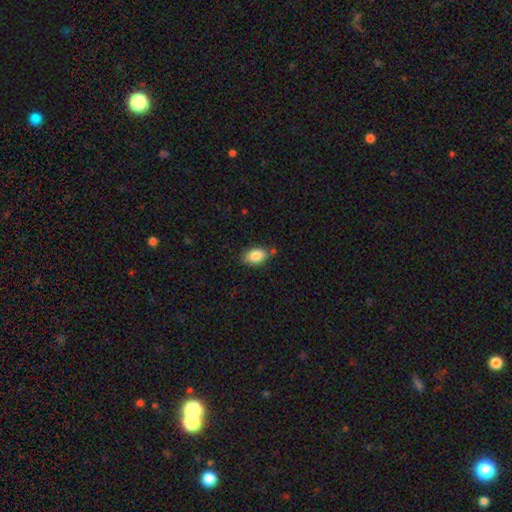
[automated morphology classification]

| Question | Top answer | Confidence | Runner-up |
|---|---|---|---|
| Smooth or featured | smooth | 86% | star or artifact (7%) |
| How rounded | in between | 89% | round (9%) |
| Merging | none | 74% | minor disturbance (18%) |